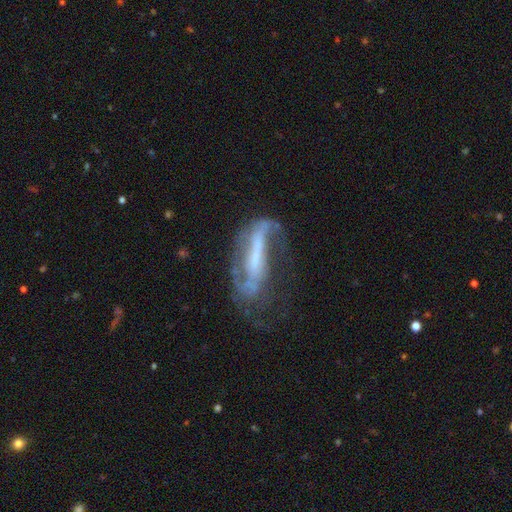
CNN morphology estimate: The model was most divided on "merging": none: 37%, major disturbance: 36%, minor disturbance: 22%, merger: 5%. Remaining: edge-on disk — no (79%); spiral arms — yes (73%); smooth or featured — featured or disk (73%); bar — strong (55%); bulge size — small (38%).